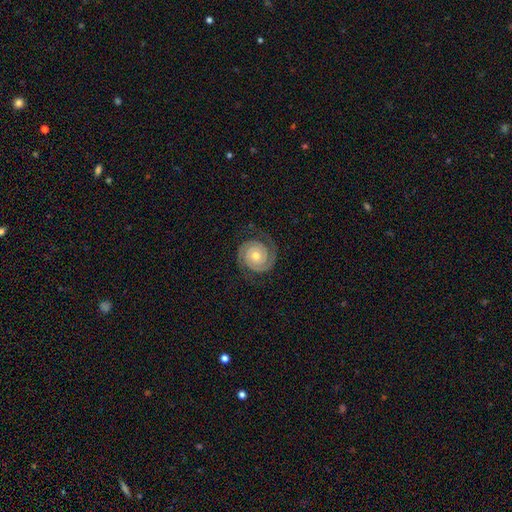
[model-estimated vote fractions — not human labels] The model was most divided on "bulge size": moderate: 62%, small: 33%, large: 2%, none: 1%, dominant: 1%. More confident: spiral arms — yes (98%); edge-on disk — no (98%); spiral arm count — 2 (91%); smooth or featured — featured or disk (90%); merging — none (82%); spiral winding — tight (78%); bar — no (76%).